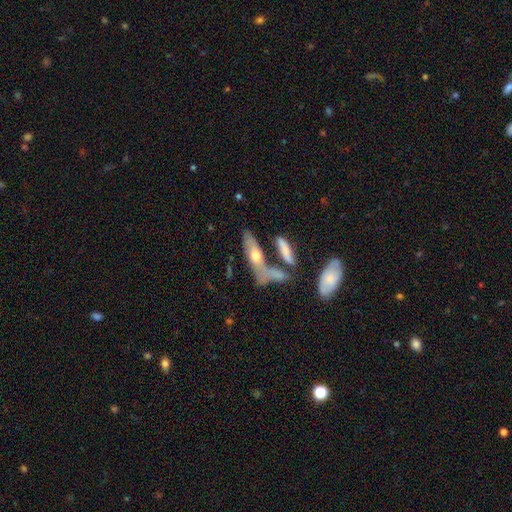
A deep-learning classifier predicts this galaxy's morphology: type=smooth (47%); merging=none (46%).